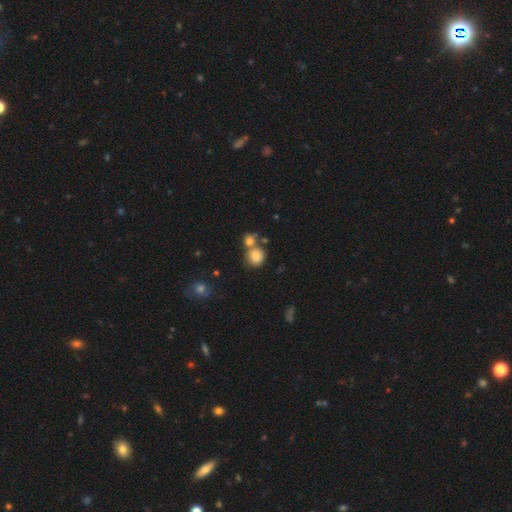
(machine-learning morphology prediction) Smooth or featured? Predicted: smooth (p=0.83). How rounded? Predicted: round (p=0.84). Merging? Predicted: none (p=0.50).